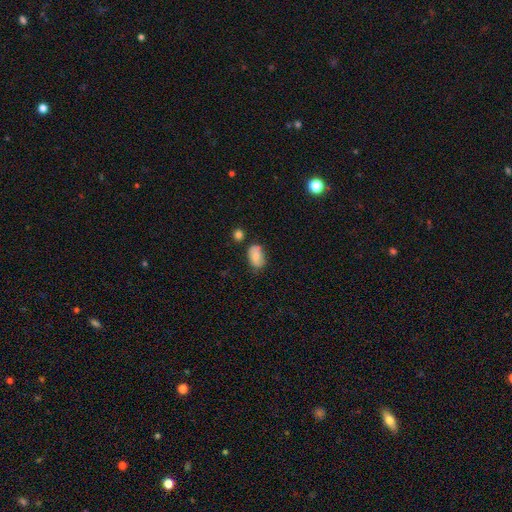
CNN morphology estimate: This appears to be a smooth galaxy with no disk features (76%) that is in between round and cigar-shaped (90%). Merging: none (66%).